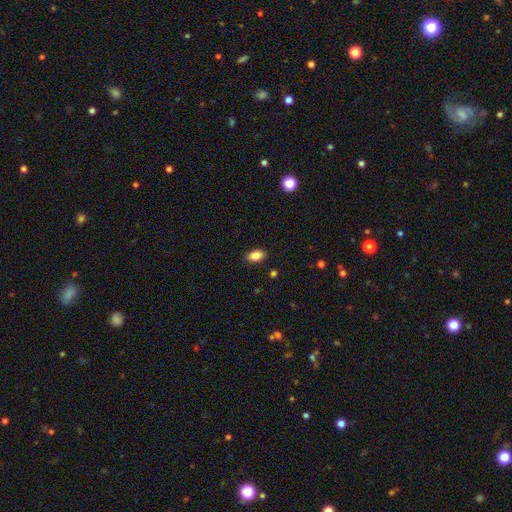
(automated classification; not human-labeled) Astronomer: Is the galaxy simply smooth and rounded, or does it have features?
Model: smooth — 85%.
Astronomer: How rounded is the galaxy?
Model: in between — 90%.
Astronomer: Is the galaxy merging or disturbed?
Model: none — 88%.